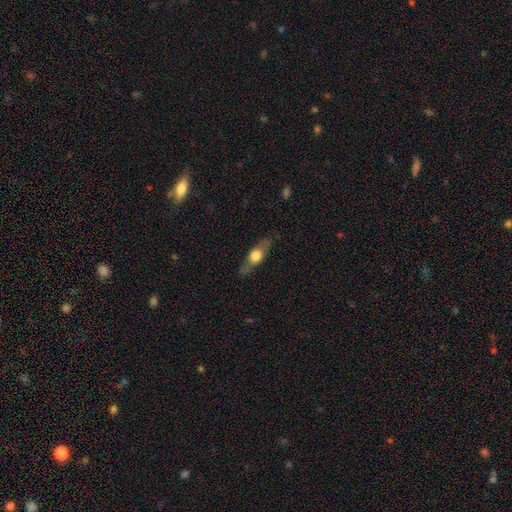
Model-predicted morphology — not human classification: A featured or disk galaxy (49%).

Vote fractions:
- Smooth or featured? featured or disk: 49% / smooth: 45% / star or artifact: 6%
- Merging? none: 80% / minor disturbance: 14% / major disturbance: 5% / merger: 1%